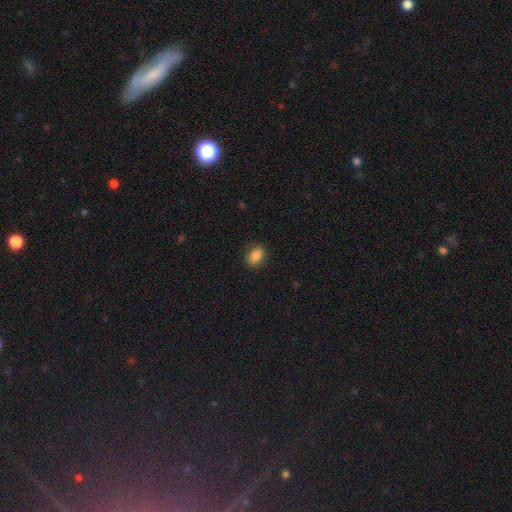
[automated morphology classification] Overall: smooth (87%). How rounded: in between (78%). Merging: none (87%).